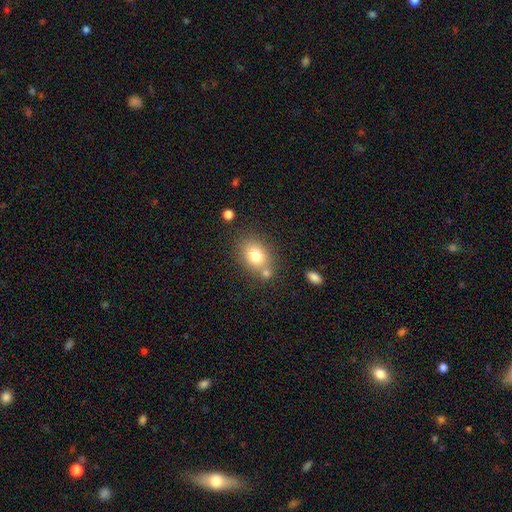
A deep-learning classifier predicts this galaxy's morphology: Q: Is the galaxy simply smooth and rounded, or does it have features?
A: smooth — 77%.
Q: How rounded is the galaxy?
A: in between — 63%.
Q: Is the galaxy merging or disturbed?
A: none — 63%.